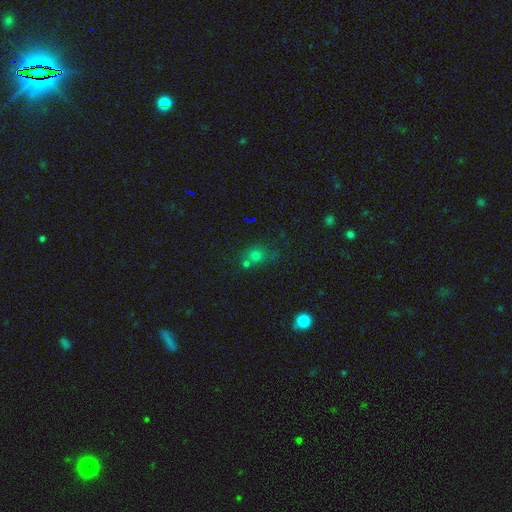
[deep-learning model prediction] The model was most divided on "merging": none: 52%, merger: 29%, minor disturbance: 13%, major disturbance: 7%. More confident: how rounded — round (77%); smooth or featured — smooth (65%).